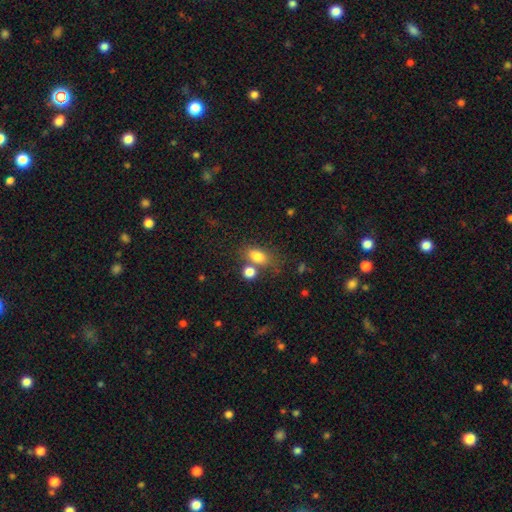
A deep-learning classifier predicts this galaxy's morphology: The model was most divided on "merging": none: 54%, merger: 26%, minor disturbance: 14%, major disturbance: 6%. More confident: how rounded — in between (80%); smooth or featured — smooth (80%).